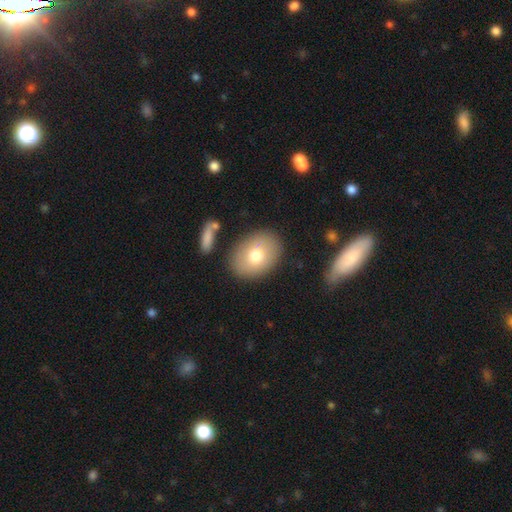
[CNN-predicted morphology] type=smooth (74%); roundness=in between (68%); merging=none (83%).